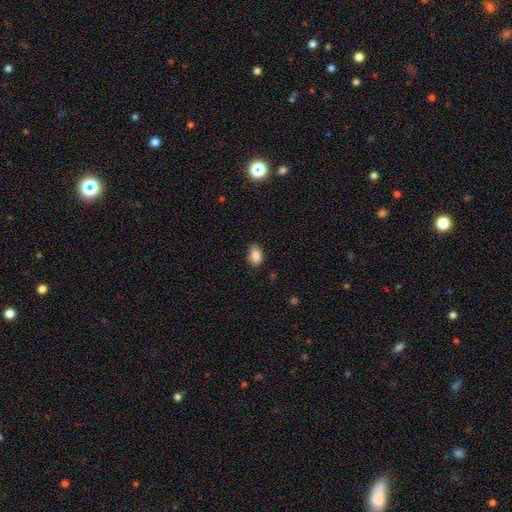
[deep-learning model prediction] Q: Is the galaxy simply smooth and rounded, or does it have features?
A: smooth — 86%.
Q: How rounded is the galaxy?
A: in between — 84%.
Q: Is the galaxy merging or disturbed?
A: none — 76%.